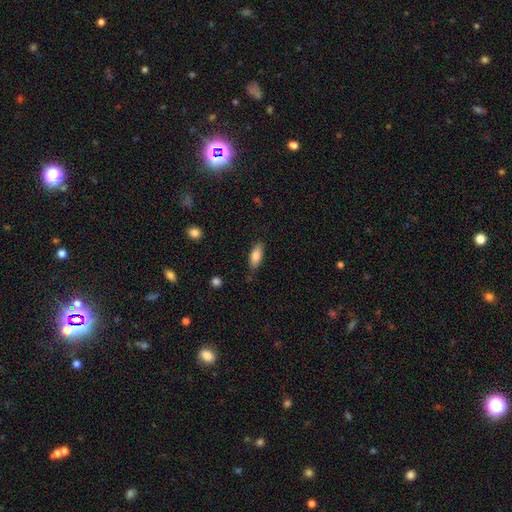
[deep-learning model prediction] smooth-or-featured: smooth: 82% | featured or disk: 11% | star or artifact: 7%
  how-rounded: in between: 78% | cigar-shaped: 20% | round: 2%
  merging: none: 76% | minor disturbance: 18% | major disturbance: 3% | merger: 2%